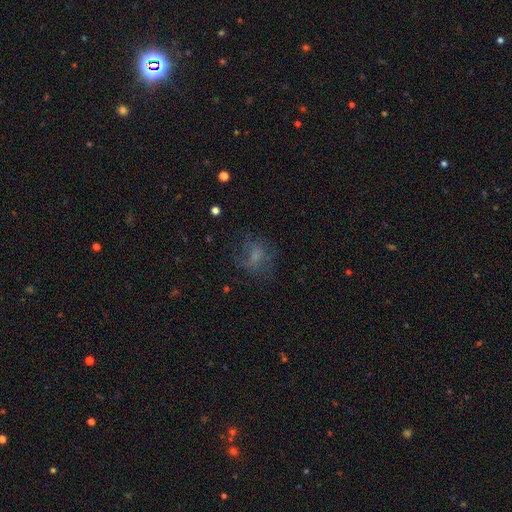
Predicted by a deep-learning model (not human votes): Morphology: type=smooth (52%); roundness=round (57%); merging=none (55%).